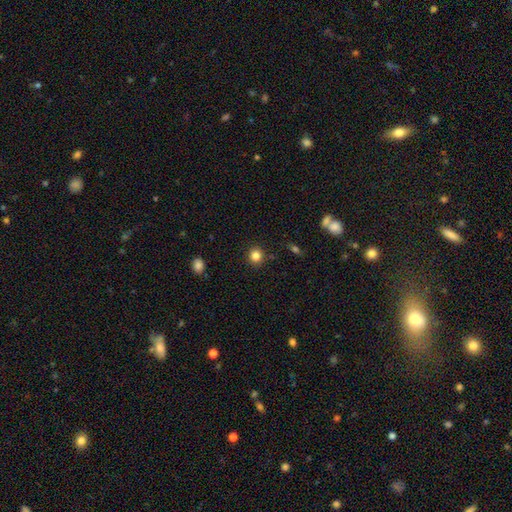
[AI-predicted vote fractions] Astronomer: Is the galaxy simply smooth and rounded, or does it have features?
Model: smooth — 84%.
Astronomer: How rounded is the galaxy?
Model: round — 90%.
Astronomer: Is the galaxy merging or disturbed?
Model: none — 90%.